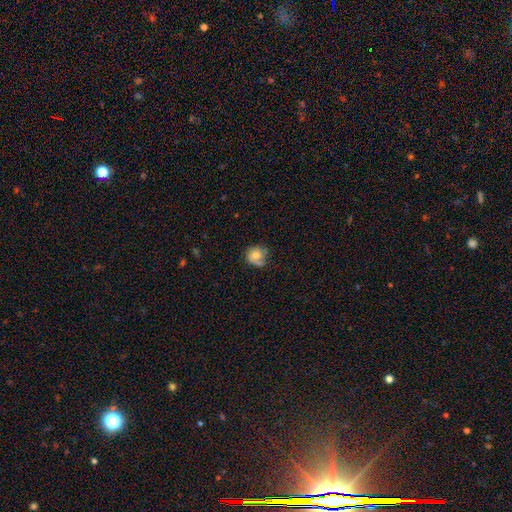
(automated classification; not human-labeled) smooth 54%, featured or disk 37%, star or artifact 9%. Down the decision tree: how rounded — round (78%); merging — none (60%).